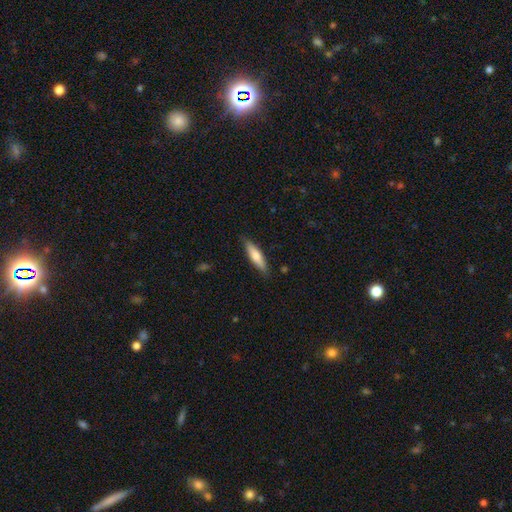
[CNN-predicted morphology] Smooth or featured: smooth — 63% (featured or disk — 31%)
How rounded: cigar-shaped — 71% (in between — 27%)
Merging: none — 85% (minor disturbance — 11%)